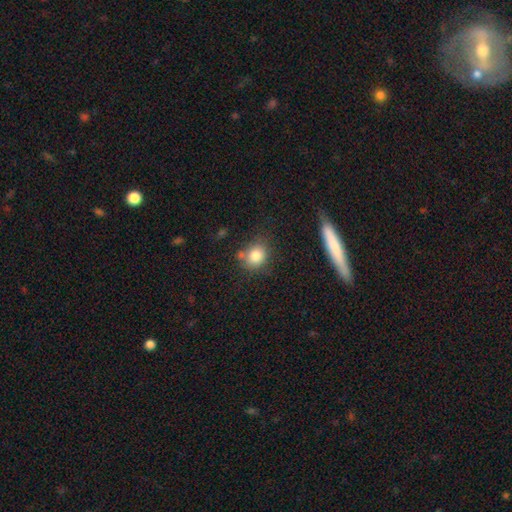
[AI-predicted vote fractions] A smooth galaxy with no disk features (82%) that is round (65%). Merging: none (66%).